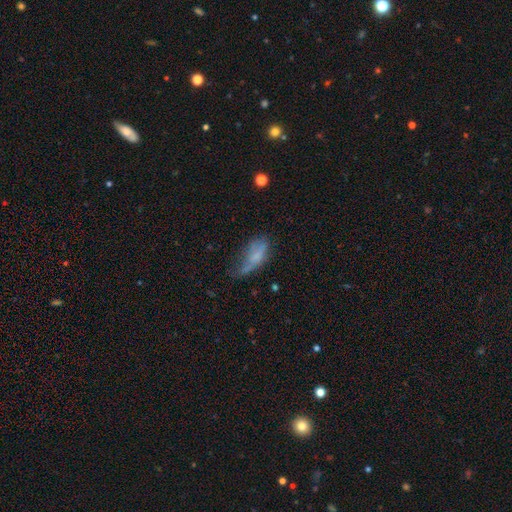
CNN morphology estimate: Smooth or featured: smooth — 58% (featured or disk — 31%)
How rounded: in between — 77% (cigar-shaped — 20%)
Merging: major disturbance — 34% (tied with minor disturbance — 34%)